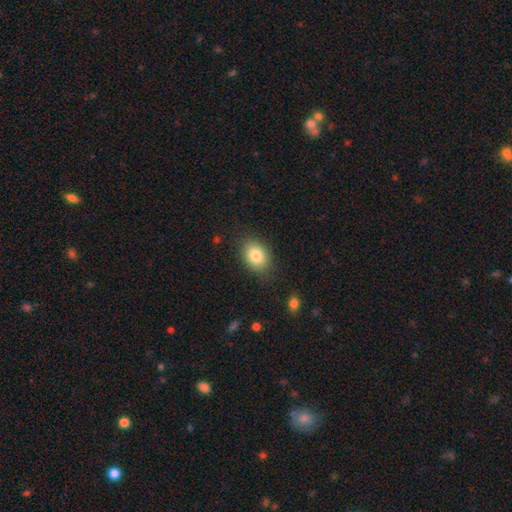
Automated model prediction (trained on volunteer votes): Smooth or featured: smooth — 83% (star or artifact — 9%)
How rounded: in between — 69% (round — 30%)
Merging: none — 82% (minor disturbance — 13%)